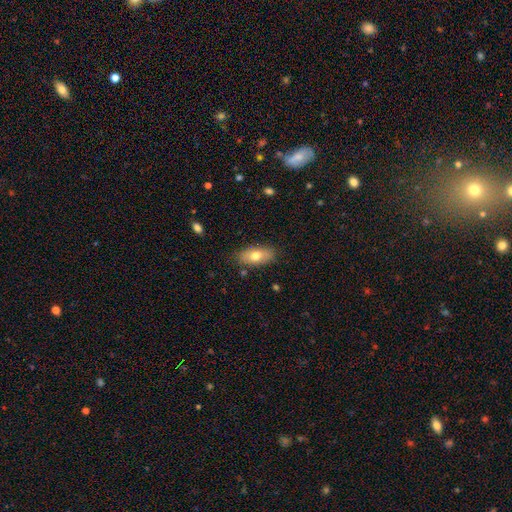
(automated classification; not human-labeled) Smooth or featured?
  - smooth: 73% *
  - featured or disk: 20%
  - star or artifact: 7%
How rounded?
  - in between: 88% *
  - cigar-shaped: 8%
  - round: 4%
Merging?
  - none: 83% *
  - minor disturbance: 13%
  - major disturbance: 3%
  - merger: 2%